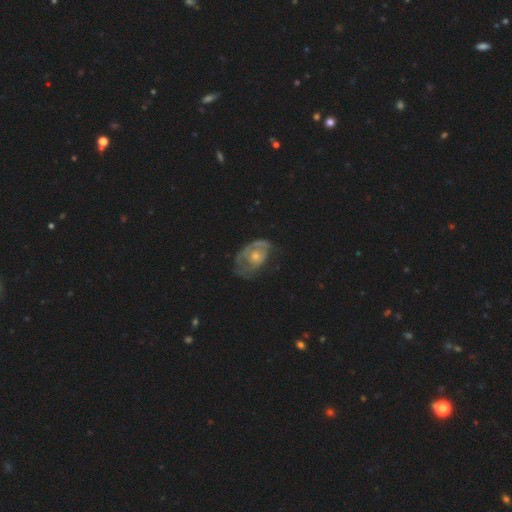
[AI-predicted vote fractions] featured or disk 63%, smooth 30%, star or artifact 7%. Down the decision tree: edge-on disk — no (95%); bar — no (84%); spiral arms — yes (54%); bulge size — moderate (51%); merging — none (42%).